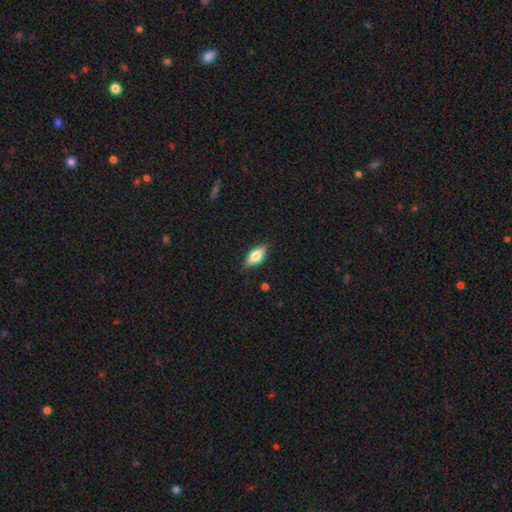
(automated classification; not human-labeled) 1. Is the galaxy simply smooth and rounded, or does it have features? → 68% smooth, 25% featured or disk, 7% star or artifact.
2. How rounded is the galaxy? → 77% in between, 19% cigar-shaped, 3% round.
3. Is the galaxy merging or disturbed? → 85% none, 12% minor disturbance, 2% major disturbance, 1% merger.